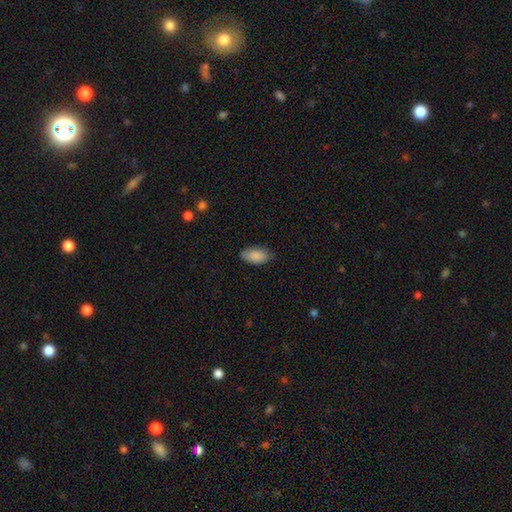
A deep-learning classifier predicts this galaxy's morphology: This is clearly a smooth galaxy (89%). How rounded: clearly in between (94%). Merging: clearly none (83%).